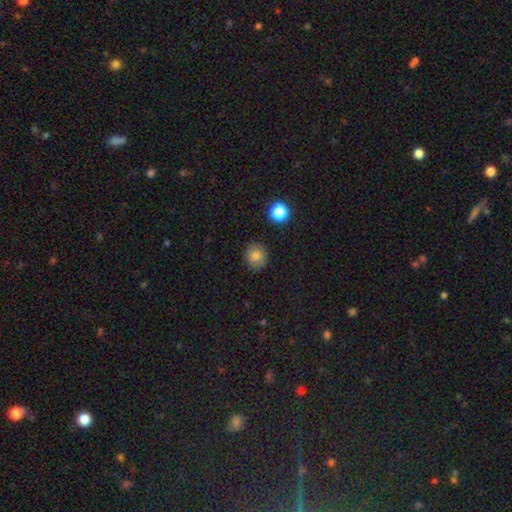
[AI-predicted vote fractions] Smooth or featured?
  - smooth: 78% *
  - star or artifact: 12%
  - featured or disk: 10%
How rounded?
  - round: 83% *
  - in between: 17%
  - cigar-shaped: 1%
Merging?
  - none: 86% *
  - minor disturbance: 10%
  - major disturbance: 3%
  - merger: 1%